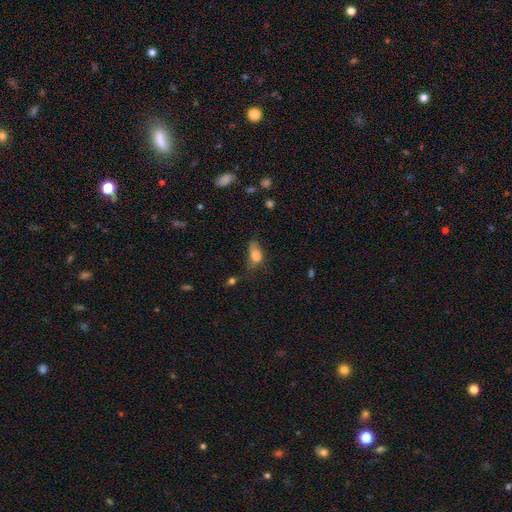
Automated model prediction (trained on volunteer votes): The model was most divided on "merging": minor disturbance: 34%, major disturbance: 32%, none: 29%, merger: 5%. More confident: how rounded — in between (83%); smooth or featured — smooth (77%).